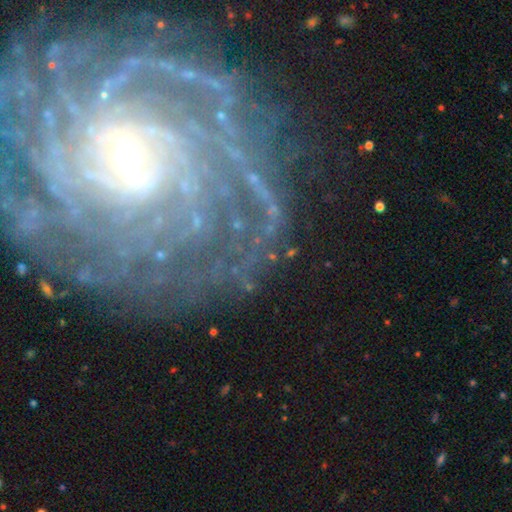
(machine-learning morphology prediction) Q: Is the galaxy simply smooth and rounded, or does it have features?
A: featured or disk — 85%.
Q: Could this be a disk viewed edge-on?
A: no — 96%.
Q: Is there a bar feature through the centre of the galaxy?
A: weak — 43%.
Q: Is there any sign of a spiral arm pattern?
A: yes — 91%.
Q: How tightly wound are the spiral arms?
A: tight — 72%.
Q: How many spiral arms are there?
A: can't tell — 35%.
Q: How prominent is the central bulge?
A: moderate — 49%.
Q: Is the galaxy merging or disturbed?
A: none — 72%.